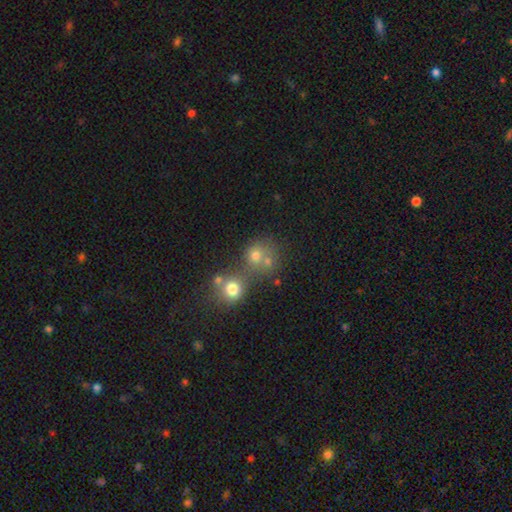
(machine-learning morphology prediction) type=smooth (65%); roundness=round (83%); merging=merger (46%).